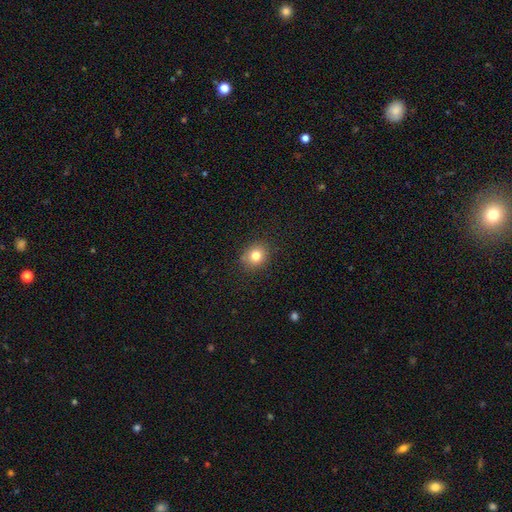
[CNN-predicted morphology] Smooth or featured? smooth (80%)
How rounded? round (69%)
Merging? none (87%)